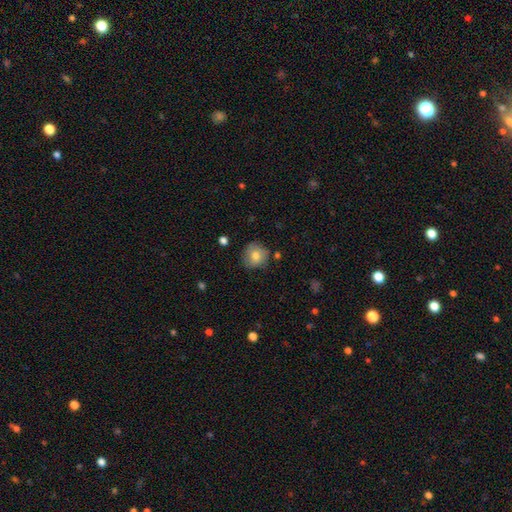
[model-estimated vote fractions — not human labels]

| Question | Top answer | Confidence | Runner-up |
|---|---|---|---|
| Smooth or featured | smooth | 76% | featured or disk (15%) |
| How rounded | round | 89% | in between (10%) |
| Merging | none | 76% | minor disturbance (17%) |